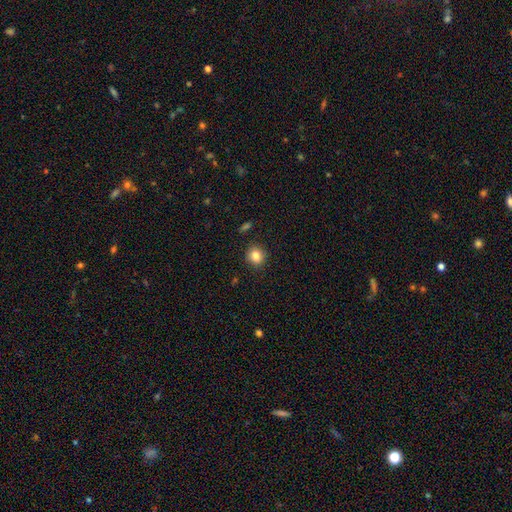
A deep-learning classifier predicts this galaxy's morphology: The model was most divided on "how rounded": round: 84%, in between: 15%, cigar-shaped: 1%. More confident: merging — none (90%); smooth or featured — smooth (84%).